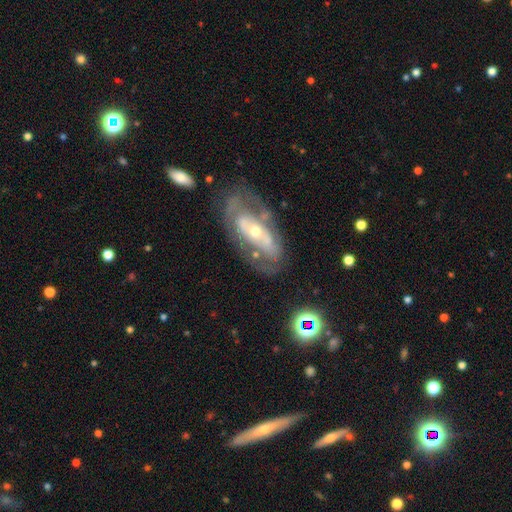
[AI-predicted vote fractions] This is likely a featured or disk galaxy (72%). It is clearly not viewed edge-on (89%). Bar: likely no (65%). Spiral arm pattern: possibly no (50%, tied with yes). Central bulge: possibly small (48%). Merging: likely none (63%).